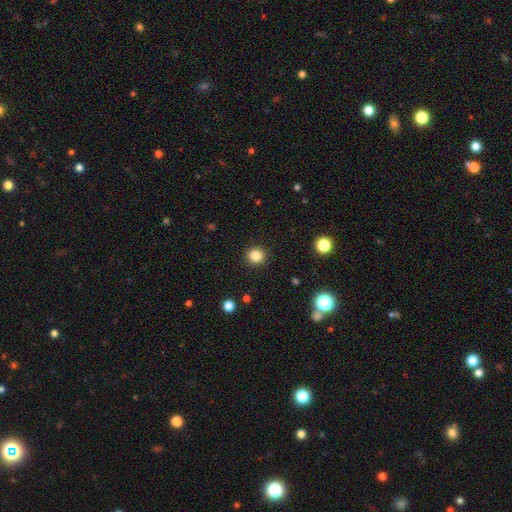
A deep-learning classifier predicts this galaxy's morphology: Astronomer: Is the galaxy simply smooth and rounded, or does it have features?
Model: smooth — 84%.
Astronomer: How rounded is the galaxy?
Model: round — 94%.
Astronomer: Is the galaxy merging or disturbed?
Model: none — 93%.